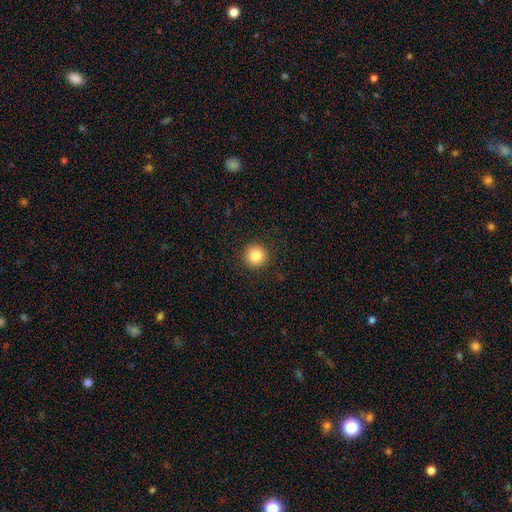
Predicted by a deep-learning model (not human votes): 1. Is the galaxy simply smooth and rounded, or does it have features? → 84% smooth, 10% star or artifact, 6% featured or disk.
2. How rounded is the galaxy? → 95% round, 4% in between, 1% cigar-shaped.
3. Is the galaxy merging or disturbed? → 92% none, 5% minor disturbance, 2% major disturbance, 1% merger.